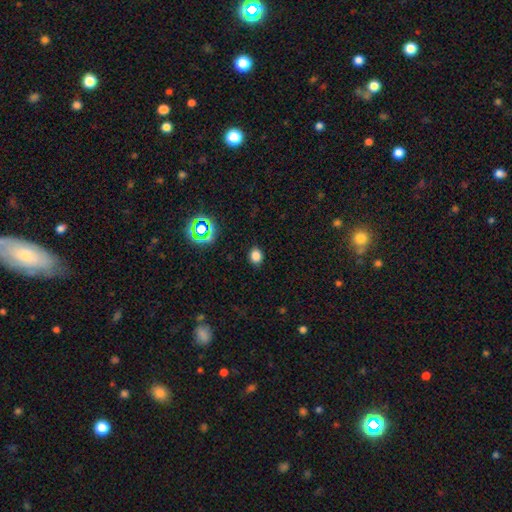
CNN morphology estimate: Smooth or featured? Predicted: smooth (p=0.80). How rounded? Predicted: round (p=0.59). Merging? Predicted: none (p=0.88).